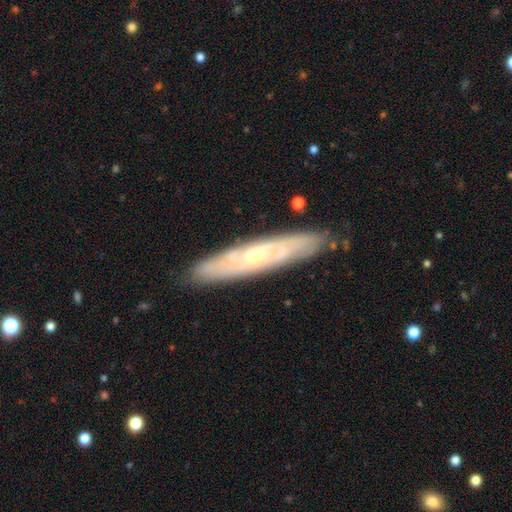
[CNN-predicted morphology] This is likely a featured or disk galaxy (69%). It is possibly viewed edge-on (51%). Merging: clearly none (84%).